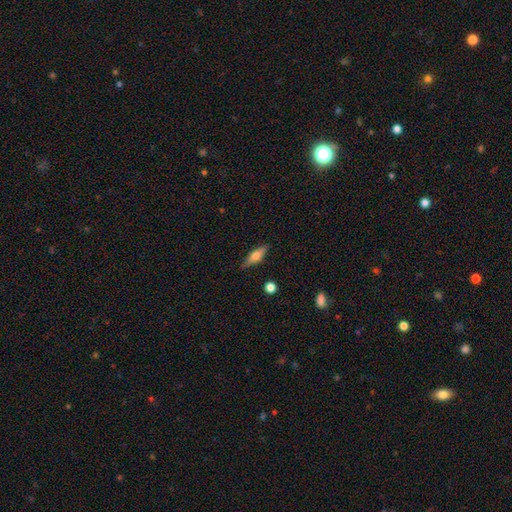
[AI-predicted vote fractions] smooth_or_featured: smooth (p=0.53) [alt: featured or disk p=0.40]
how_rounded: cigar-shaped (p=0.53) [alt: in between p=0.44]
merging: none (p=0.83) [alt: minor disturbance p=0.13]